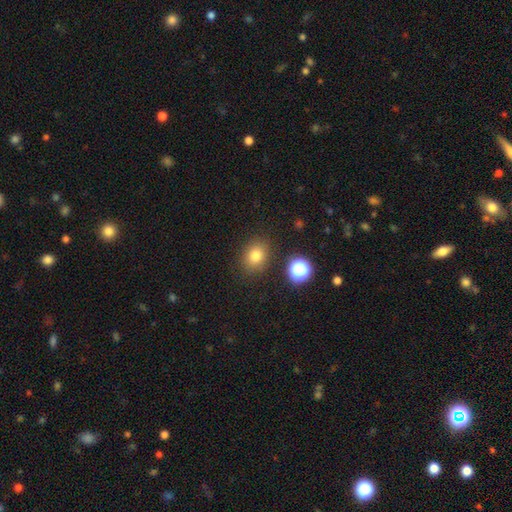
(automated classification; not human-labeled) A smooth galaxy with no disk features (78%) that is round (56%).

Vote fractions:
- Smooth or featured? smooth: 78% / star or artifact: 14% / featured or disk: 7%
- How rounded? round: 56% / in between: 43% / cigar-shaped: 1%
- Merging? none: 84% / minor disturbance: 10% / major disturbance: 3% / merger: 3%